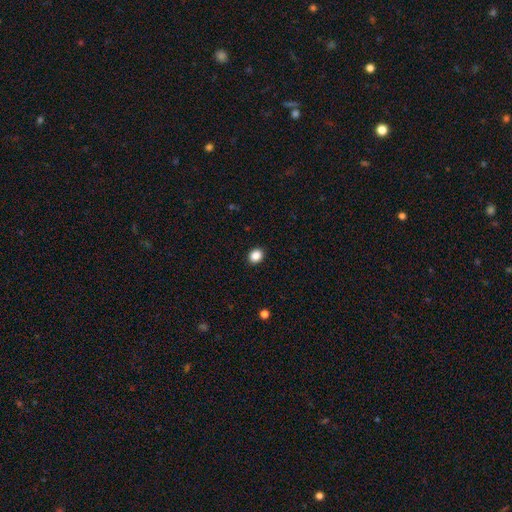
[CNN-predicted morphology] This is clearly a smooth galaxy (87%). How rounded: likely round (61%). Merging: clearly none (92%).